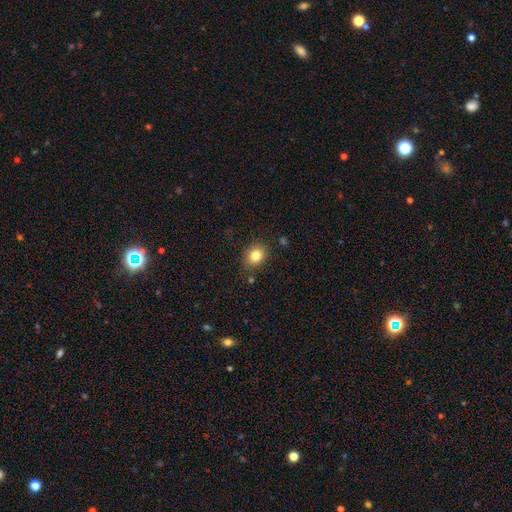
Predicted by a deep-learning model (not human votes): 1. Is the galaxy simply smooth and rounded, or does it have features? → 82% smooth, 11% star or artifact, 7% featured or disk.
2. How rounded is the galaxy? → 52% round, 47% in between, 1% cigar-shaped.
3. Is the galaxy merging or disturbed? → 83% none, 11% minor disturbance, 3% major disturbance, 3% merger.